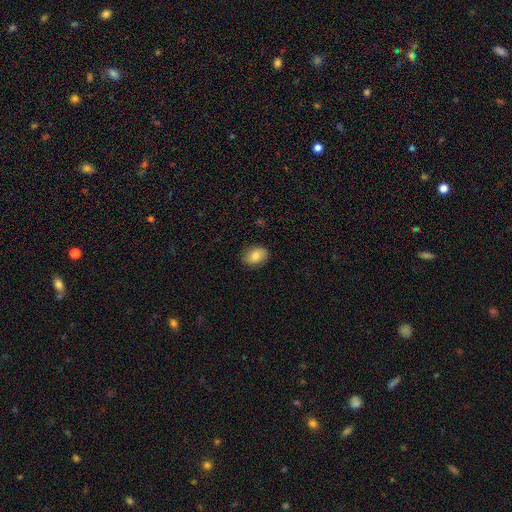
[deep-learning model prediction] Smooth or featured?
  - smooth: 83% *
  - featured or disk: 9%
  - star or artifact: 8%
How rounded?
  - in between: 78% *
  - round: 20%
  - cigar-shaped: 1%
Merging?
  - none: 86% *
  - minor disturbance: 11%
  - major disturbance: 2%
  - merger: 1%